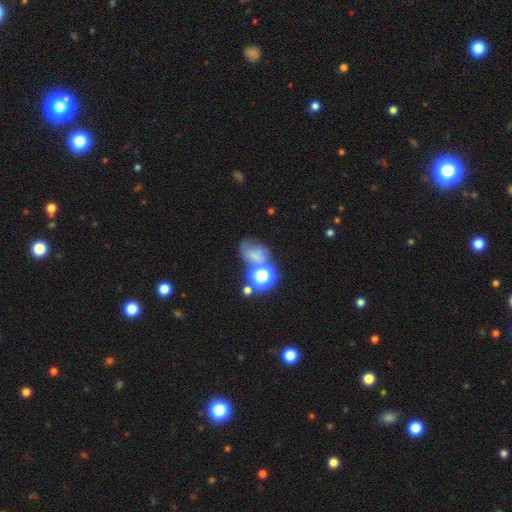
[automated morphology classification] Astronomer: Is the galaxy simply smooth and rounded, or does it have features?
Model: smooth — 51% (runner-up: star or artifact, 29%).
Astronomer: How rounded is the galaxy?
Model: in between — 55% (runner-up: round, 43%).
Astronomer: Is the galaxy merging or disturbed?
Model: none — 33% (runner-up: merger, 26%).